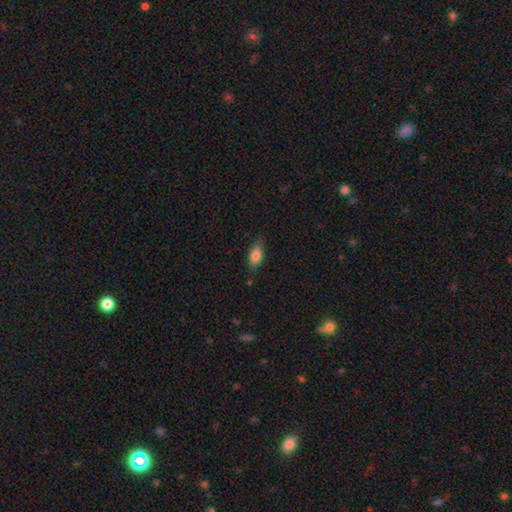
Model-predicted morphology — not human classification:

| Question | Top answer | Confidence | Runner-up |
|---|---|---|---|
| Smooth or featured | smooth | 82% | featured or disk (11%) |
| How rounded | in between | 86% | cigar-shaped (10%) |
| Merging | none | 76% | minor disturbance (19%) |